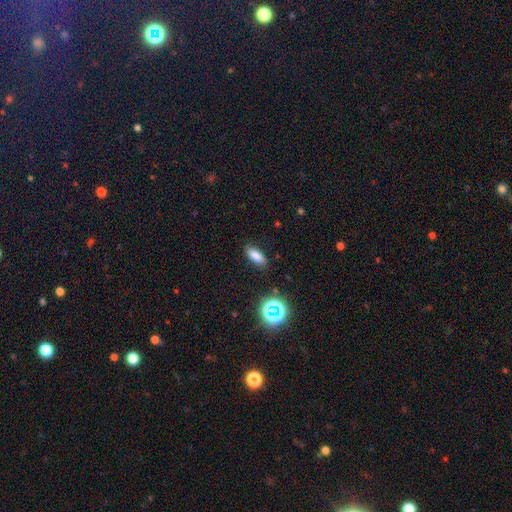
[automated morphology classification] A smooth galaxy with no disk features (79%) that is in between round and cigar-shaped (76%). Merging: none (84%).